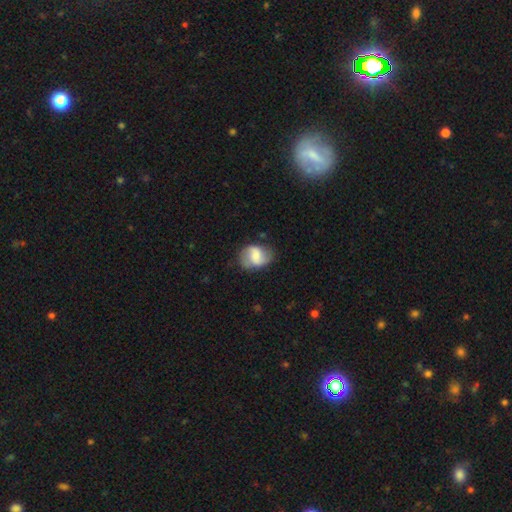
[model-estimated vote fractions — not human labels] This appears to be a featured or disk galaxy (54%) with a weak bar (48%), spiral arms (84%) and a moderate central bulge (42%). Merging: none (69%).